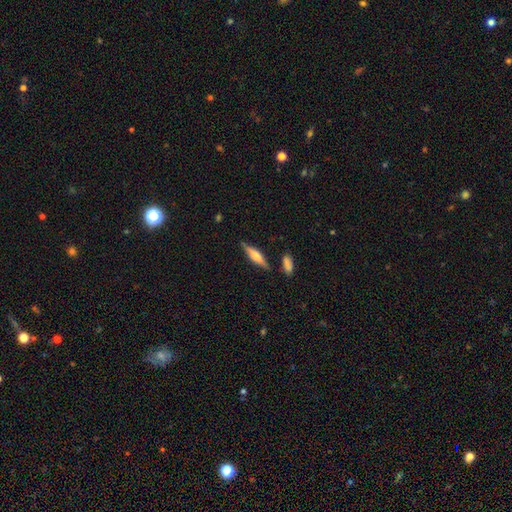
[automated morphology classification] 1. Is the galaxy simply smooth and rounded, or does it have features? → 50% featured or disk, 43% smooth, 6% star or artifact.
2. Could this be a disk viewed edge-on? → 94% yes, 6% no.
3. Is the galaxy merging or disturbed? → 81% none, 12% minor disturbance, 5% merger, 3% major disturbance.